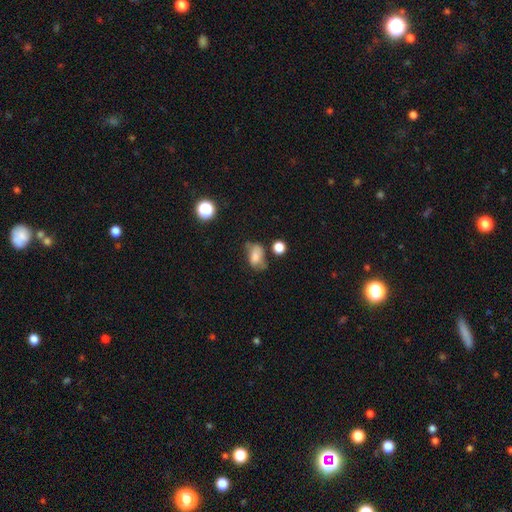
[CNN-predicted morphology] type=smooth (70%); roundness=in between (80%); merging=none (39%).